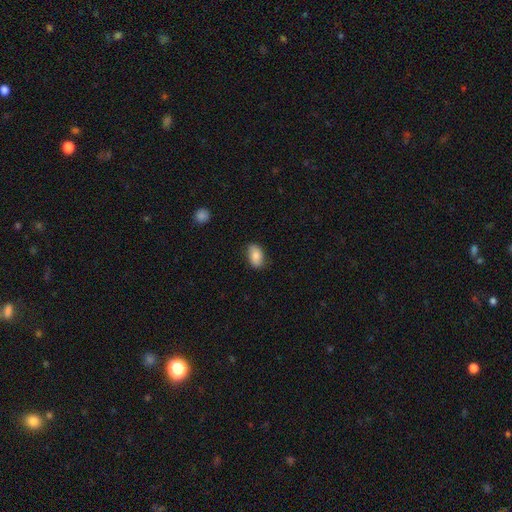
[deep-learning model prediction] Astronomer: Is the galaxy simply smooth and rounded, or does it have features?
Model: smooth — 83%.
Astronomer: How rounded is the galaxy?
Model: in between — 91%.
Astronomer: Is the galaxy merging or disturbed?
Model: none — 81%.